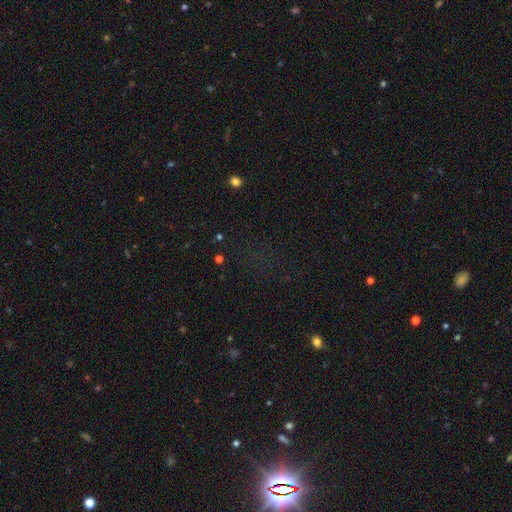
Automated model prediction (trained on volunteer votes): Smooth or featured? star or artifact (71%)